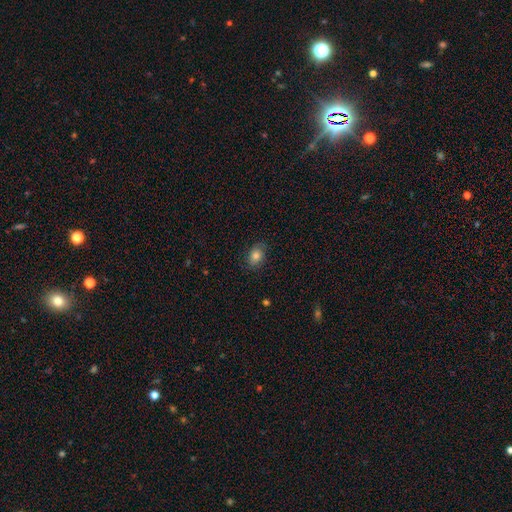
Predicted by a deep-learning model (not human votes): The model was most divided on "how rounded": in between: 68%, round: 30%, cigar-shaped: 1%. More confident: merging — none (77%); smooth or featured — smooth (74%).